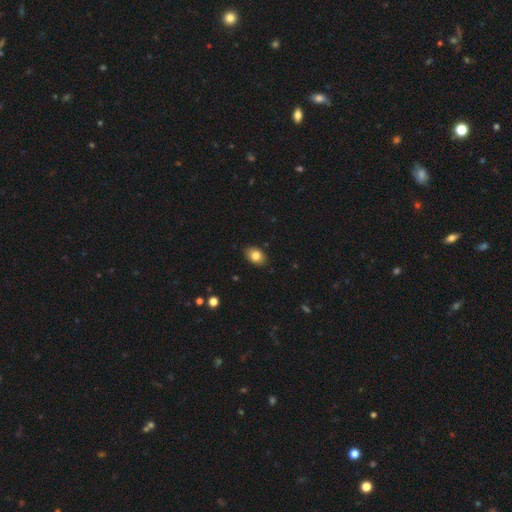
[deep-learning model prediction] Overall: smooth (82%). How rounded: in between (81%). Merging: none (88%).